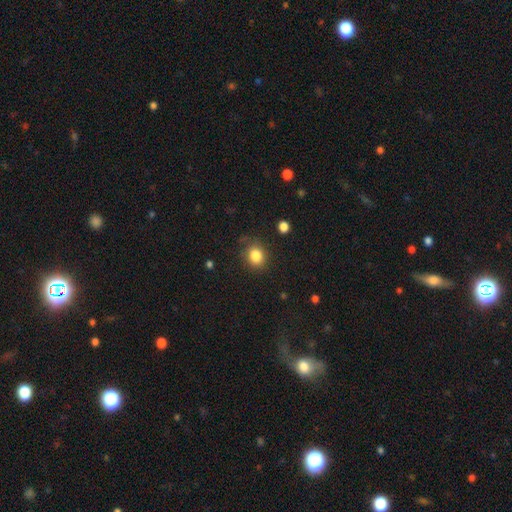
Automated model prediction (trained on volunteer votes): Smooth or featured?
  - smooth: 84% *
  - star or artifact: 10%
  - featured or disk: 5%
How rounded?
  - round: 66% *
  - in between: 33%
  - cigar-shaped: 1%
Merging?
  - none: 78% *
  - minor disturbance: 15%
  - major disturbance: 5%
  - merger: 2%